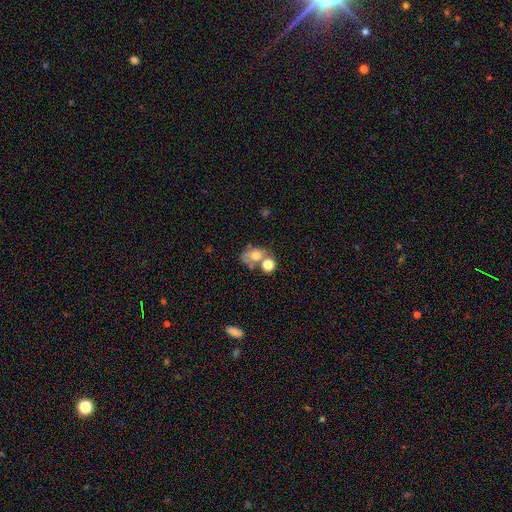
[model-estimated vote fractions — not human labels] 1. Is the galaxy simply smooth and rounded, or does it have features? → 65% smooth, 23% featured or disk, 13% star or artifact.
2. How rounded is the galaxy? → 61% in between, 38% round, 1% cigar-shaped.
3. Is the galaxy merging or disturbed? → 43% merger, 32% none, 15% minor disturbance, 11% major disturbance.